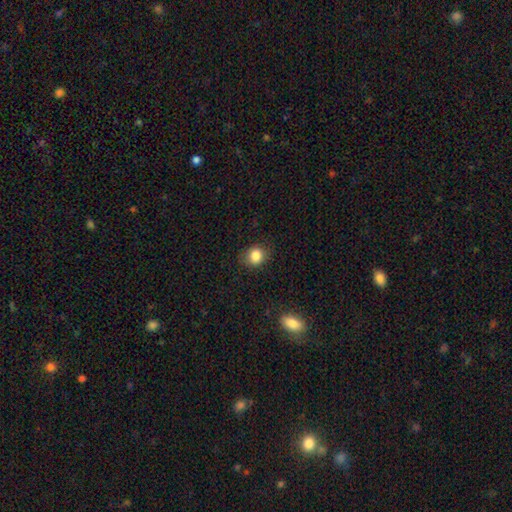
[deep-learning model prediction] Morphology: type=smooth (84%); roundness=round (69%); merging=none (82%).